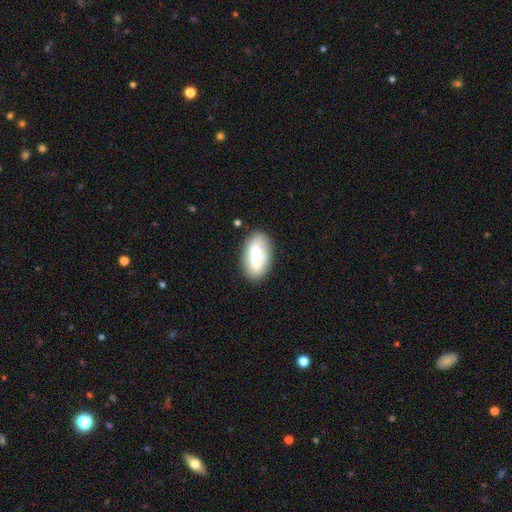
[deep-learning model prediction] smooth-or-featured: smooth: 52% | featured or disk: 41% | star or artifact: 7%
  how-rounded: in between: 91% | round: 5% | cigar-shaped: 4%
  merging: none: 73% | minor disturbance: 16% | major disturbance: 5% | merger: 5%